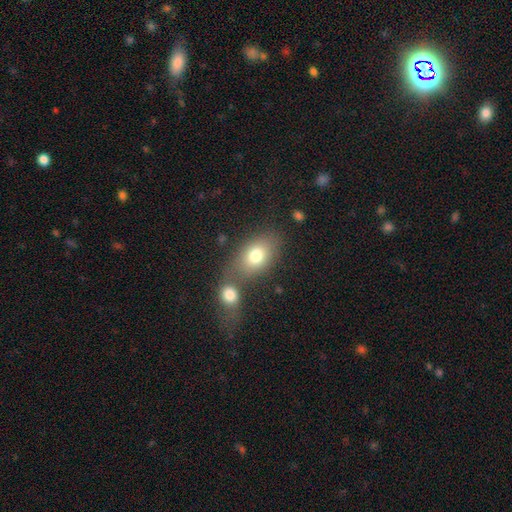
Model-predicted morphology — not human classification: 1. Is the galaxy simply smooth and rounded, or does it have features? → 77% smooth, 14% featured or disk, 9% star or artifact.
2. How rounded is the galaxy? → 76% in between, 22% round, 2% cigar-shaped.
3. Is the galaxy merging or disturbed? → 49% none, 35% merger, 11% minor disturbance, 5% major disturbance.